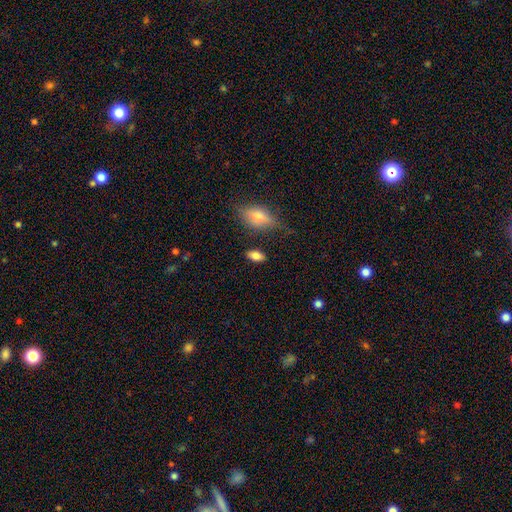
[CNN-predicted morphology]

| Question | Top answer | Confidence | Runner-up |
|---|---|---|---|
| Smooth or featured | smooth | 81% | featured or disk (11%) |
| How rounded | in between | 89% | cigar-shaped (6%) |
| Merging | none | 82% | minor disturbance (12%) |